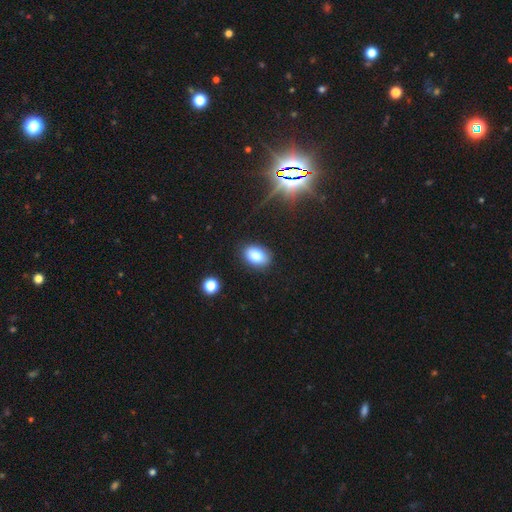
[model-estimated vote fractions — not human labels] Smooth or featured?
  - smooth: 81% *
  - star or artifact: 11%
  - featured or disk: 8%
How rounded?
  - in between: 83% *
  - round: 16%
  - cigar-shaped: 1%
Merging?
  - none: 86% *
  - minor disturbance: 10%
  - major disturbance: 3%
  - merger: 2%